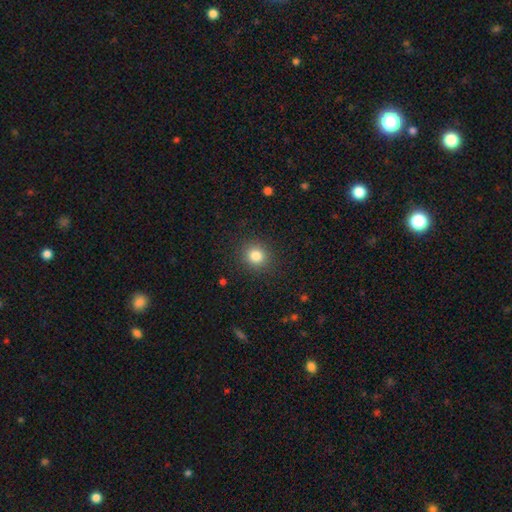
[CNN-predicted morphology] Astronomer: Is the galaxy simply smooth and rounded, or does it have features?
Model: smooth — 83%.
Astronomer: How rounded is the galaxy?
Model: round — 85%.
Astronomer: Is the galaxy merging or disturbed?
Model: none — 89%.